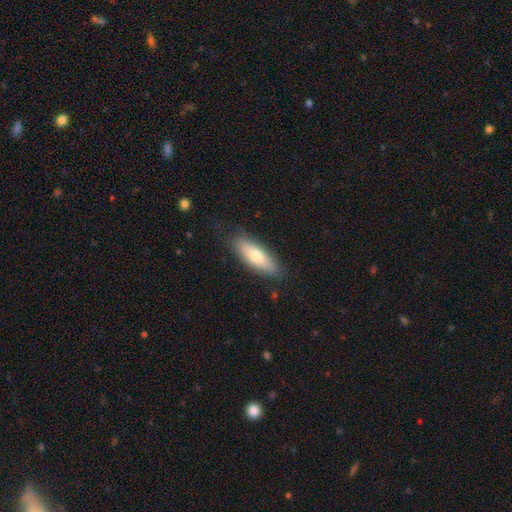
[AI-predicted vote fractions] Overall: smooth (70%). How rounded: in between (59%; cigar-shaped 39%). Merging: none (84%).